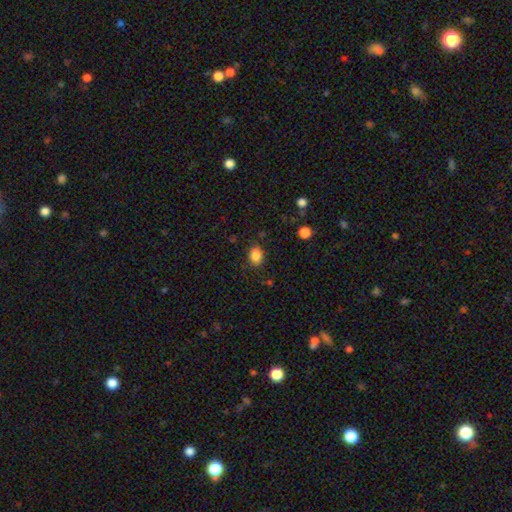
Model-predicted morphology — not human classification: smooth-or-featured: smooth: 85% | star or artifact: 10% | featured or disk: 5%
  how-rounded: in between: 62% | round: 37% | cigar-shaped: 1%
  merging: none: 83% | minor disturbance: 12% | major disturbance: 3% | merger: 2%